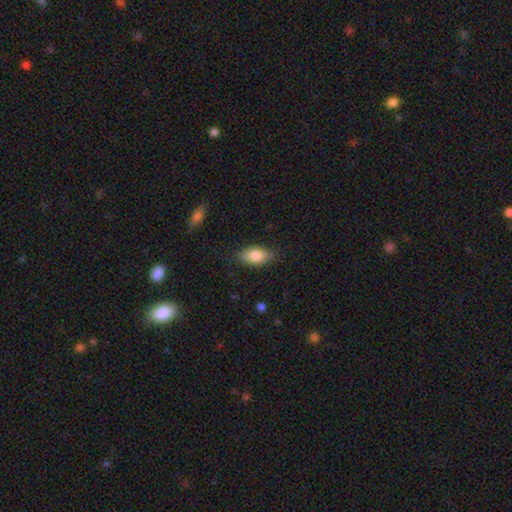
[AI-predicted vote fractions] smooth_or_featured: smooth (p=0.82) [alt: featured or disk p=0.12]
how_rounded: in between (p=0.91) [alt: round p=0.05]
merging: none (p=0.82) [alt: minor disturbance p=0.14]